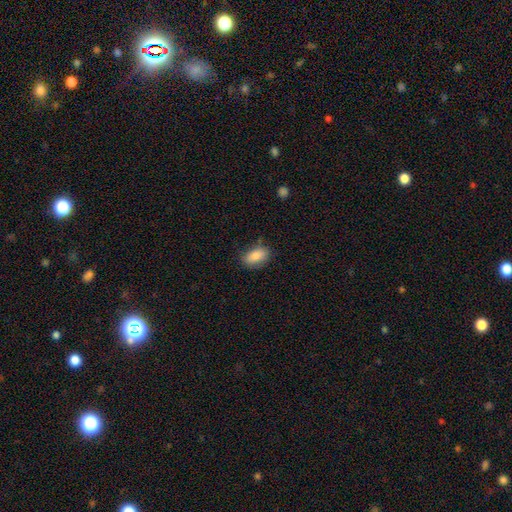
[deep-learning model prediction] smooth 85%, featured or disk 8%, star or artifact 7%. Down the decision tree: how rounded — in between (90%); merging — none (74%).